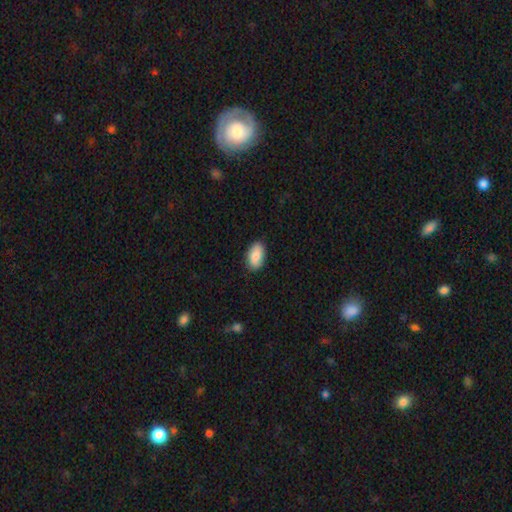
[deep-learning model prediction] A smooth galaxy with no disk features (86%) that is in between round and cigar-shaped (94%). Merging: none (87%).